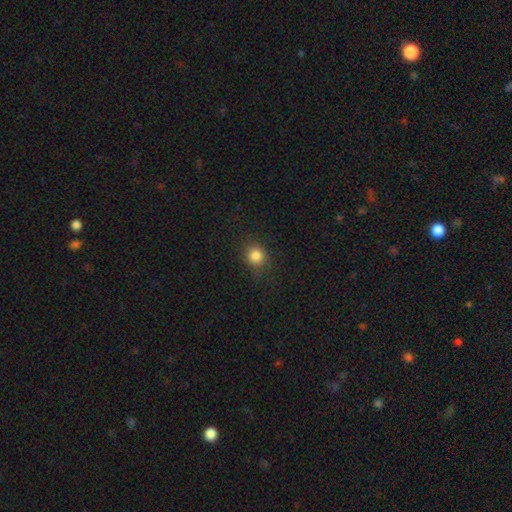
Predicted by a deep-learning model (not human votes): Morphology: type=smooth (84%); roundness=round (83%); merging=none (84%).